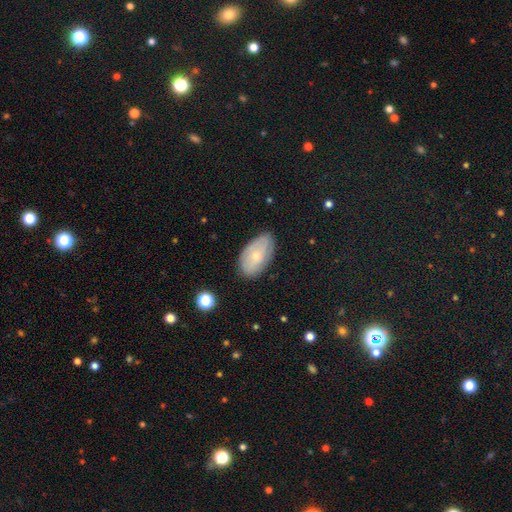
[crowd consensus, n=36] Smooth or featured?
  - smooth: 64% *
  - featured or disk: 33%
  - star or artifact: 3%
How rounded?
  - in between: 96% *
  - round: 4%
  - cigar-shaped: 0%
Merging?
  - none: 49% *
  - minor disturbance: 46%
  - major disturbance: 6%
  - merger: 0%